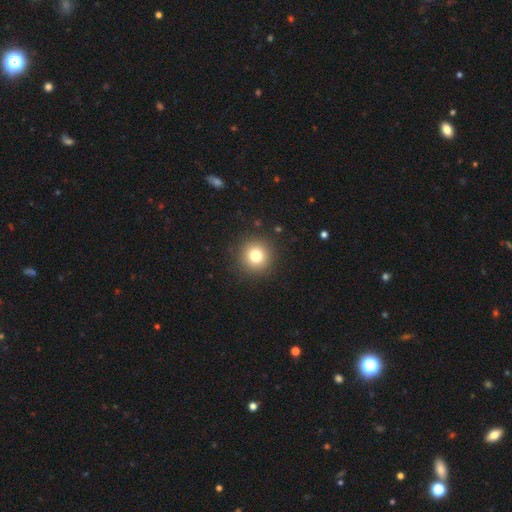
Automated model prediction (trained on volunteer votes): smooth-or-featured: smooth: 78% | star or artifact: 13% | featured or disk: 9%
  how-rounded: round: 95% | in between: 4% | cigar-shaped: 1%
  merging: none: 91% | minor disturbance: 6% | major disturbance: 2% | merger: 1%